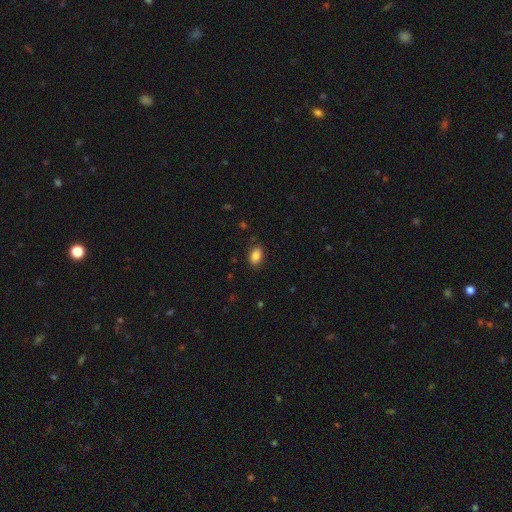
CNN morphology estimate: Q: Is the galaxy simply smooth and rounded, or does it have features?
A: smooth — 86%.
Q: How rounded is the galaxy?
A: in between — 87%.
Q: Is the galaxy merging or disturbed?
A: none — 85%.